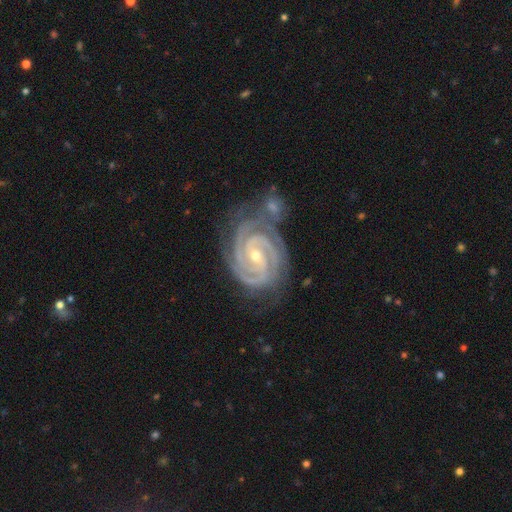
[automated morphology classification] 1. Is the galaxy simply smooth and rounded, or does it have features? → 94% featured or disk, 4% star or artifact, 2% smooth.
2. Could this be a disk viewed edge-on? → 98% no, 2% yes.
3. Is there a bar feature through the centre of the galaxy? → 43% no, 36% weak, 21% strong.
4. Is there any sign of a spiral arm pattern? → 99% yes, 1% no.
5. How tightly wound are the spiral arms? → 83% tight, 15% medium, 2% loose.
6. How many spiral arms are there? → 38% 3, 34% 2, 12% 4, 6% can't tell, 5% more than 4, 4% 1.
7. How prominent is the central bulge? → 63% small, 34% moderate, 1% large, 1% none, 1% dominant.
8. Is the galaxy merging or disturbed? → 56% none, 20% minor disturbance, 17% merger, 7% major disturbance.